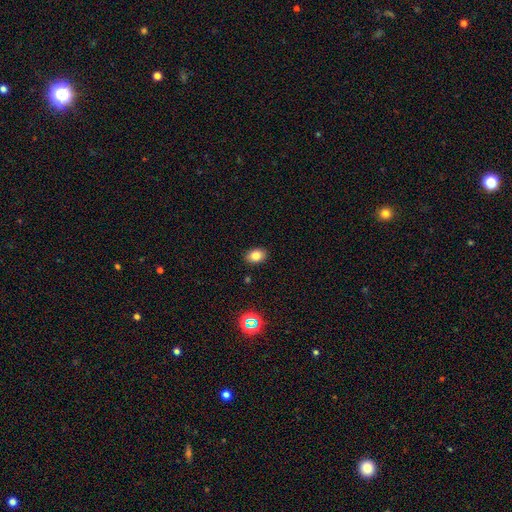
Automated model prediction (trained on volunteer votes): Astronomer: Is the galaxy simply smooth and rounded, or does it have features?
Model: smooth — 80%.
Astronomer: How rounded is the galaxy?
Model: in between — 75%.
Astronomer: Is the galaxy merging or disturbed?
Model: none — 88%.